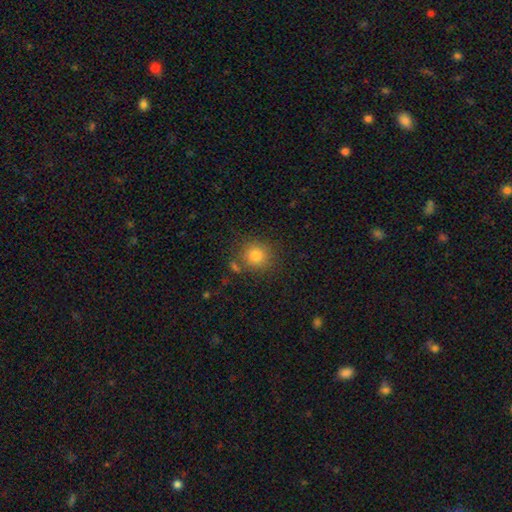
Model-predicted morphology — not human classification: smooth-or-featured: smooth: 81% | star or artifact: 12% | featured or disk: 7%
  how-rounded: round: 89% | in between: 10% | cigar-shaped: 1%
  merging: none: 78% | minor disturbance: 11% | merger: 7% | major disturbance: 4%